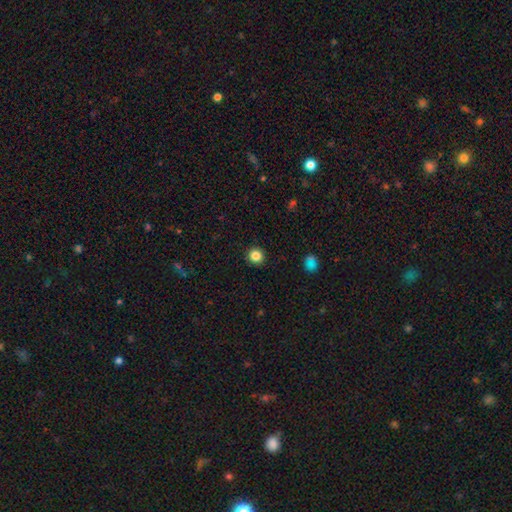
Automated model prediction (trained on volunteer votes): Smooth or featured?
  - smooth: 84% *
  - star or artifact: 11%
  - featured or disk: 4%
How rounded?
  - round: 94% *
  - in between: 5%
  - cigar-shaped: 1%
Merging?
  - none: 93% *
  - minor disturbance: 5%
  - major disturbance: 2%
  - merger: 1%